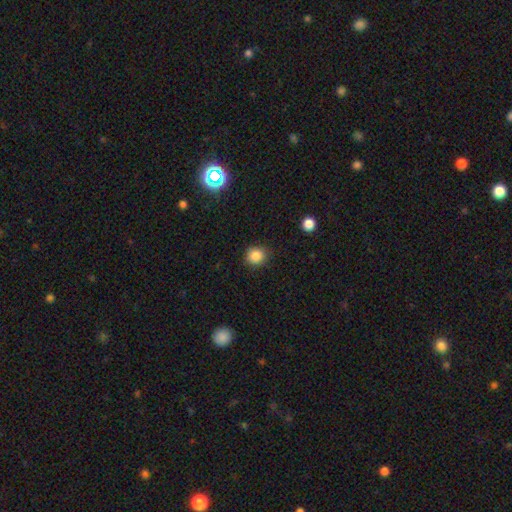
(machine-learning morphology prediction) This is clearly a smooth galaxy (85%). How rounded: clearly round (85%). Merging: clearly none (86%).